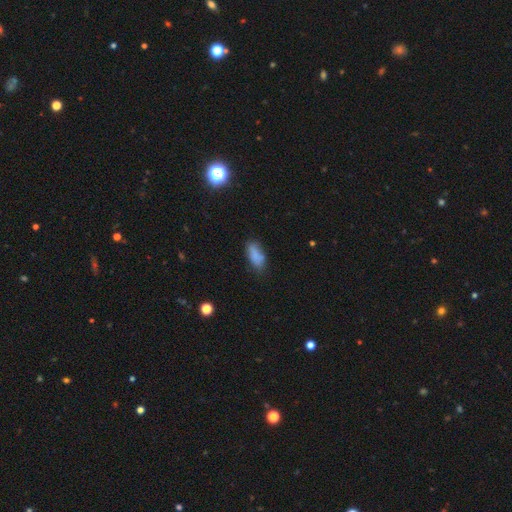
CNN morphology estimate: Smooth or featured? smooth (82%)
How rounded? in between (84%)
Merging? none (67%)